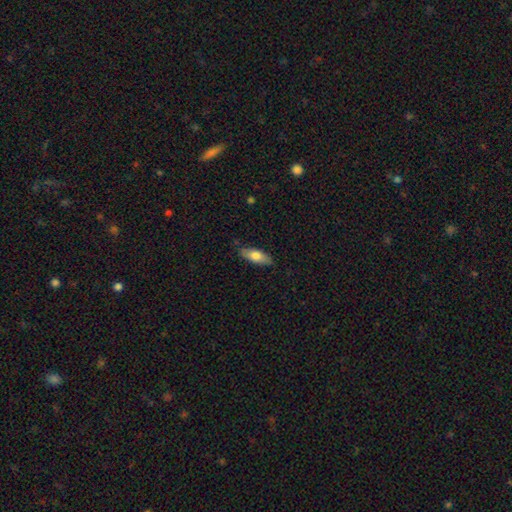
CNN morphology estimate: A smooth galaxy with no disk features (72%) that is in between round and cigar-shaped (70%).

Vote fractions:
- Smooth or featured? smooth: 72% / featured or disk: 22% / star or artifact: 6%
- How rounded? in between: 70% / cigar-shaped: 27% / round: 2%
- Merging? none: 83% / minor disturbance: 14% / major disturbance: 2% / merger: 1%